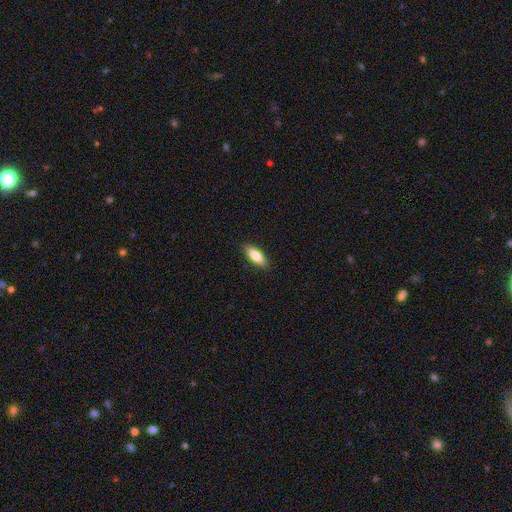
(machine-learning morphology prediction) Smooth or featured?
  - smooth: 73% *
  - featured or disk: 21%
  - star or artifact: 6%
How rounded?
  - in between: 64% *
  - cigar-shaped: 33%
  - round: 2%
Merging?
  - none: 88% *
  - minor disturbance: 9%
  - major disturbance: 2%
  - merger: 1%